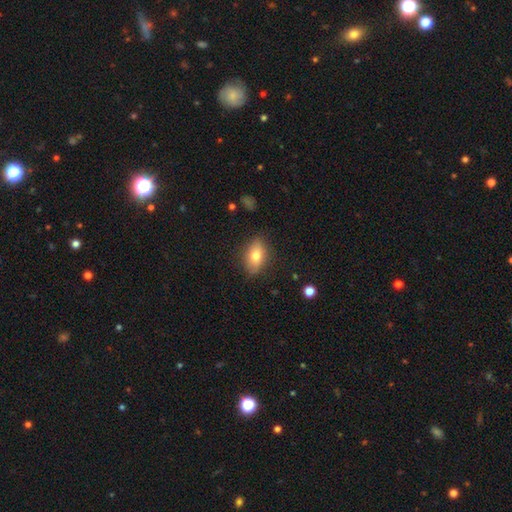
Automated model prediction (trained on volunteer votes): smooth-or-featured: smooth: 73% | featured or disk: 18% | star or artifact: 8%
  how-rounded: in between: 84% | round: 11% | cigar-shaped: 5%
  merging: none: 83% | minor disturbance: 13% | major disturbance: 3% | merger: 1%